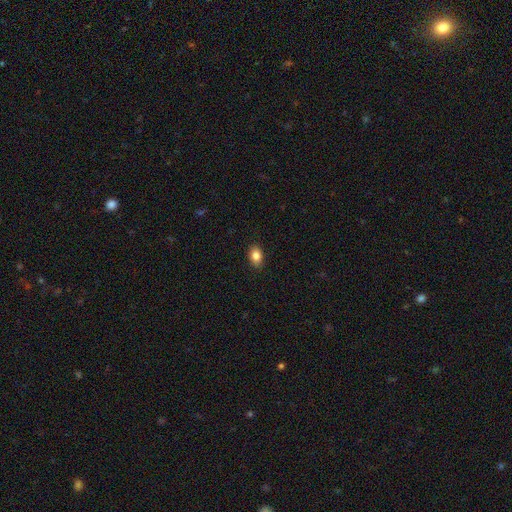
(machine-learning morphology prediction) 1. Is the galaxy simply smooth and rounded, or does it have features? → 85% smooth, 9% star or artifact, 6% featured or disk.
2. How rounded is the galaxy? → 82% in between, 17% round, 1% cigar-shaped.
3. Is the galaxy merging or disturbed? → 88% none, 9% minor disturbance, 2% major disturbance, 1% merger.